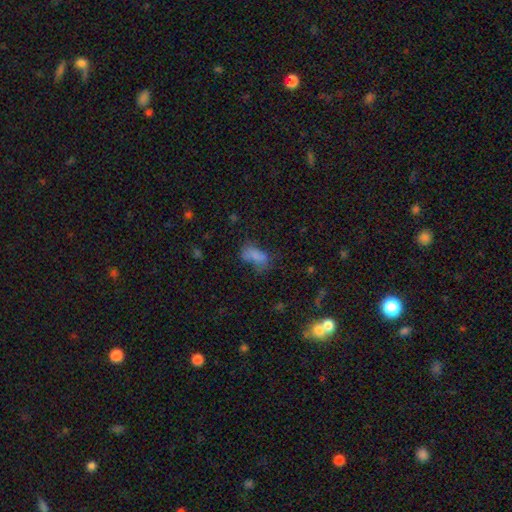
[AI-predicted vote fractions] A smooth galaxy with no disk features (69%) that is in between round and cigar-shaped (88%). Merging: none (36%).